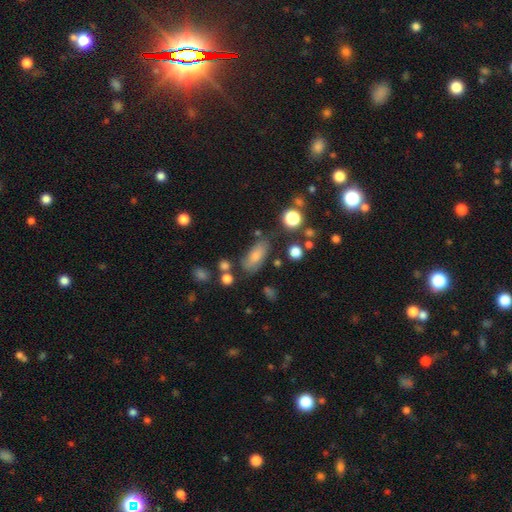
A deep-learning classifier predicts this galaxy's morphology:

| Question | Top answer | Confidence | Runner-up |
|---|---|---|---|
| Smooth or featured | smooth | 75% | featured or disk (16%) |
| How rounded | in between | 83% | cigar-shaped (12%) |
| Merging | none | 64% | minor disturbance (21%) |